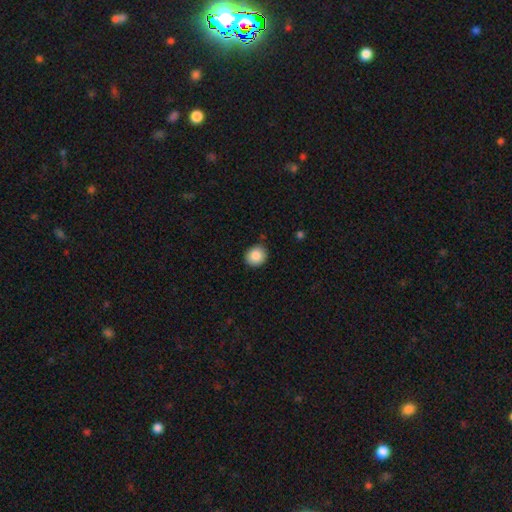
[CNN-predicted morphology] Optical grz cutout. It shows a smooth galaxy with no disk features (87%) that is round (83%). Merging: none (85%).